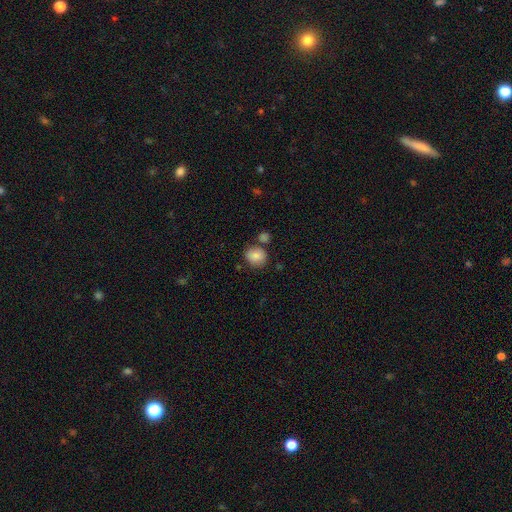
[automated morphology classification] Smooth or featured? Predicted: smooth (p=0.85). How rounded? Predicted: round (p=0.73). Merging? Predicted: none (p=0.69).